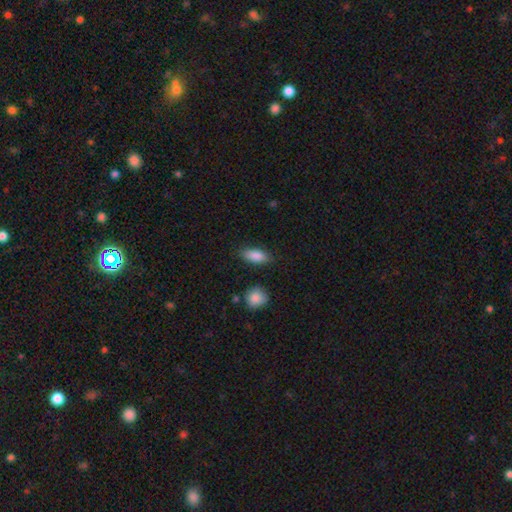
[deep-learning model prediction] A smooth galaxy with no disk features (87%) that is in between round and cigar-shaped (85%). Merging: none (83%).